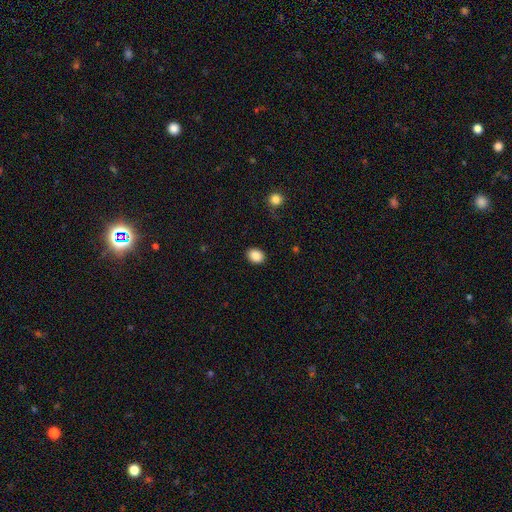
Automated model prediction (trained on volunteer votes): Smooth or featured?
  - smooth: 88% *
  - star or artifact: 9%
  - featured or disk: 3%
How rounded?
  - in between: 56% *
  - round: 43%
  - cigar-shaped: 1%
Merging?
  - none: 89% *
  - minor disturbance: 7%
  - major disturbance: 2%
  - merger: 1%